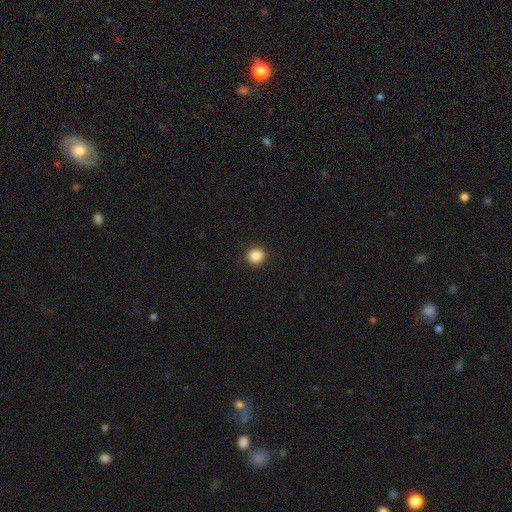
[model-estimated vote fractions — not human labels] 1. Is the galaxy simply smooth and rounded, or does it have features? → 87% smooth, 10% star or artifact, 3% featured or disk.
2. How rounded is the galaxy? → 85% round, 14% in between, 1% cigar-shaped.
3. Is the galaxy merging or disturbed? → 91% none, 6% minor disturbance, 2% major disturbance, 1% merger.